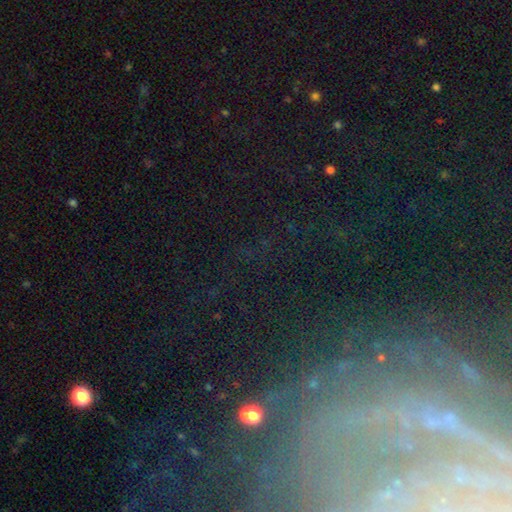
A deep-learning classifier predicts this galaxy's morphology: star or artifact 54%, featured or disk 30%, smooth 16%.